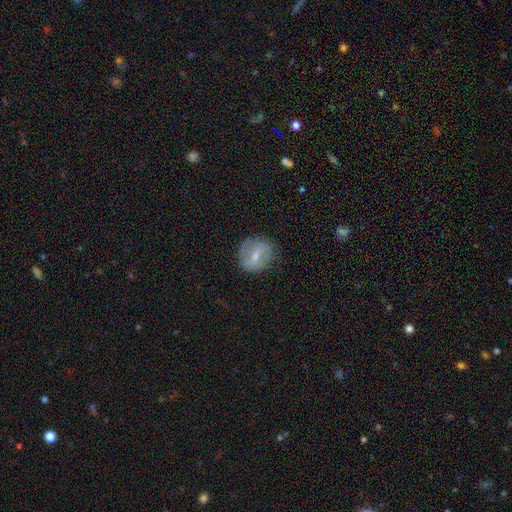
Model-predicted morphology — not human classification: A smooth galaxy with no disk features (48%). Merging: none (80%).